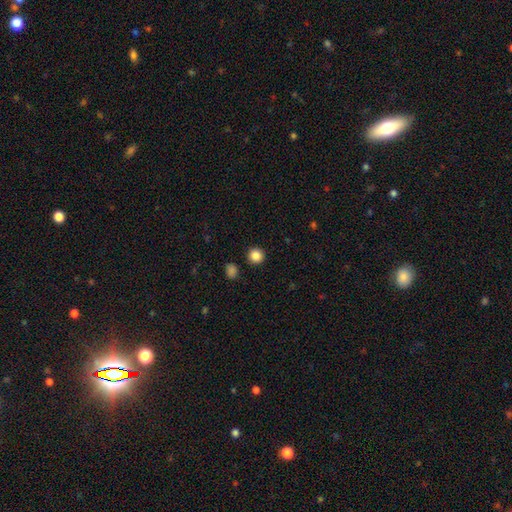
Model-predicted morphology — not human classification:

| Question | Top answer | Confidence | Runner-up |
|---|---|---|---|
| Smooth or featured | smooth | 86% | star or artifact (10%) |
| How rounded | round | 94% | in between (5%) |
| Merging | none | 92% | minor disturbance (5%) |